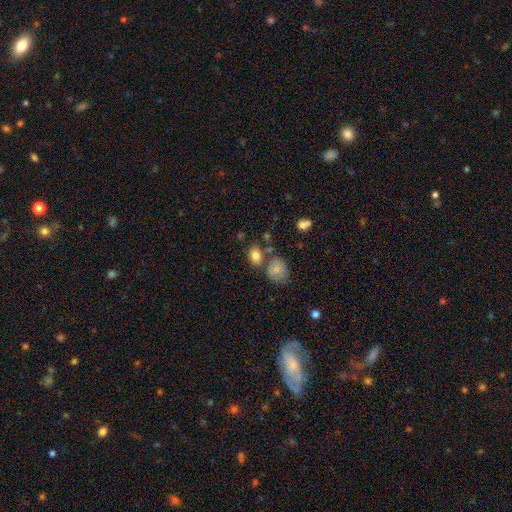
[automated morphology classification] Smooth or featured: smooth — 81% (star or artifact — 10%)
How rounded: in between — 64% (round — 34%)
Merging: none — 61% (merger — 21%)